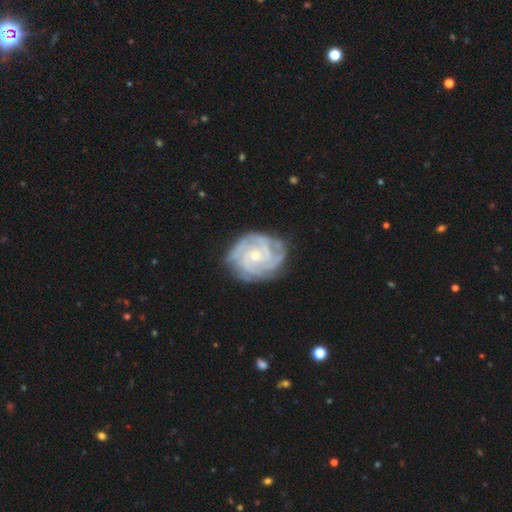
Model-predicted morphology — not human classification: smooth_or_featured: featured or disk (p=0.89) [alt: smooth p=0.06]
disk_edge_on: no (p=0.98) [alt: yes p=0.02]
bar: no (p=0.69) [alt: weak p=0.25]
has_spiral_arms: yes (p=0.98) [alt: no p=0.02]
spiral_winding: tight (p=0.75) [alt: medium p=0.22]
spiral_arm_count: 4 (p=0.27) [alt: 3 p=0.26]
bulge_size: small (p=0.58) [alt: moderate p=0.39]
merging: none (p=0.77) [alt: minor disturbance p=0.17]